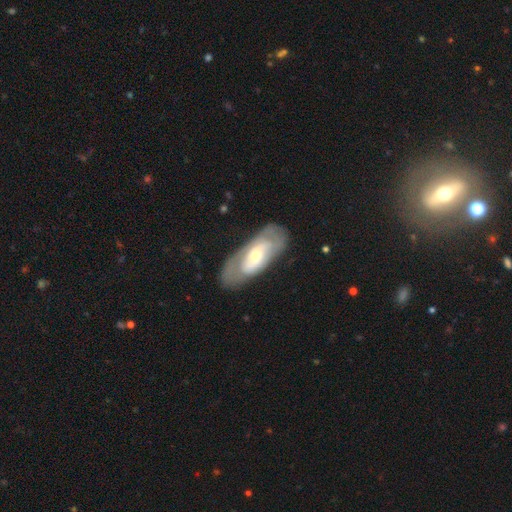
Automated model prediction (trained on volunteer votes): featured or disk 60%, smooth 35%, star or artifact 6%. Down the decision tree: edge-on disk — no (86%); bar — no (53%); spiral arms — yes (51%); bulge size — moderate (51%); merging — none (69%).